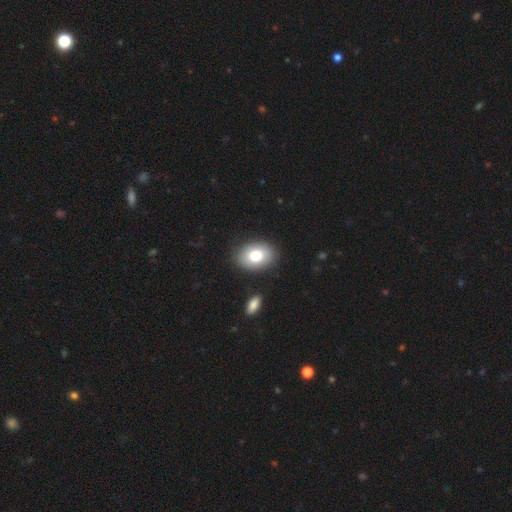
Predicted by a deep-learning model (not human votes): The model was most divided on "how rounded": in between: 78%, round: 21%, cigar-shaped: 1%. More confident: merging — none (86%); smooth or featured — smooth (79%).